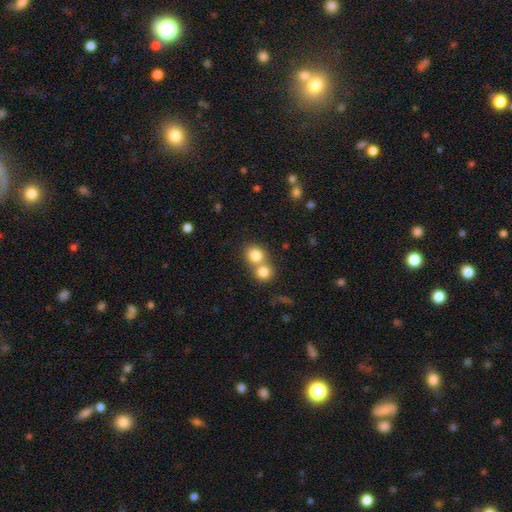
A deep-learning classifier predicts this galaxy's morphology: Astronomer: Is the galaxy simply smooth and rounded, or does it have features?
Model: smooth — 80%.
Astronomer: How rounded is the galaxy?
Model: round — 83%.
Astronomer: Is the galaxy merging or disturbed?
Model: merger — 52% (runner-up: none, 41%).